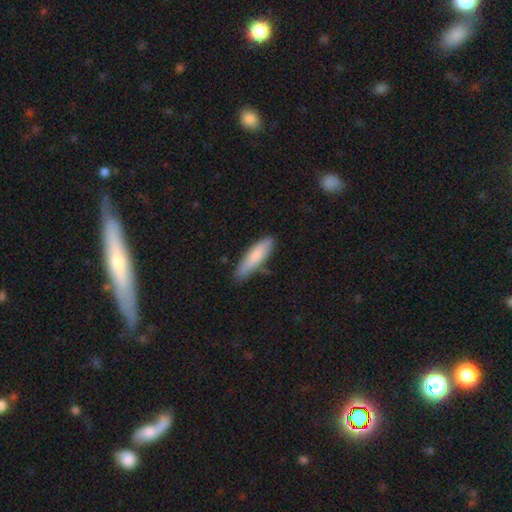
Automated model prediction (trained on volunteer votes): The model was most divided on "how rounded": cigar-shaped: 69%, in between: 29%, round: 1%. More confident: smooth or featured — smooth (80%); merging — none (72%).